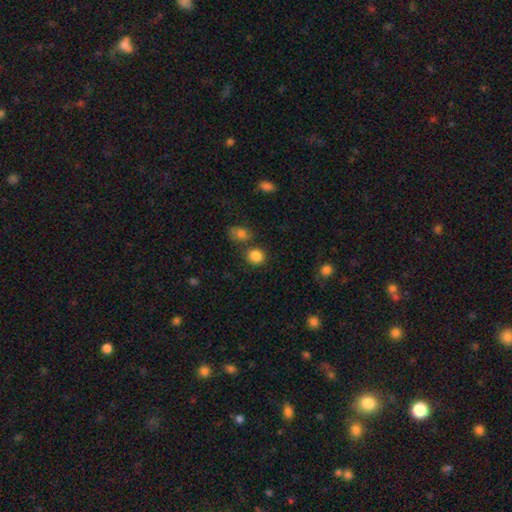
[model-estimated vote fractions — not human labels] This is clearly a smooth galaxy (85%). How rounded: clearly round (83%). Merging: likely none (75%).